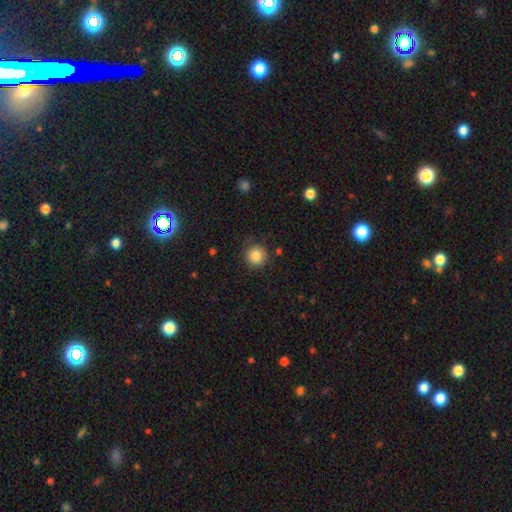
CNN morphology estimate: A smooth galaxy with no disk features (85%) that is round (94%).

Vote fractions:
- Smooth or featured? smooth: 85% / star or artifact: 10% / featured or disk: 5%
- How rounded? round: 94% / in between: 5% / cigar-shaped: 1%
- Merging? none: 84% / minor disturbance: 11% / major disturbance: 3% / merger: 2%